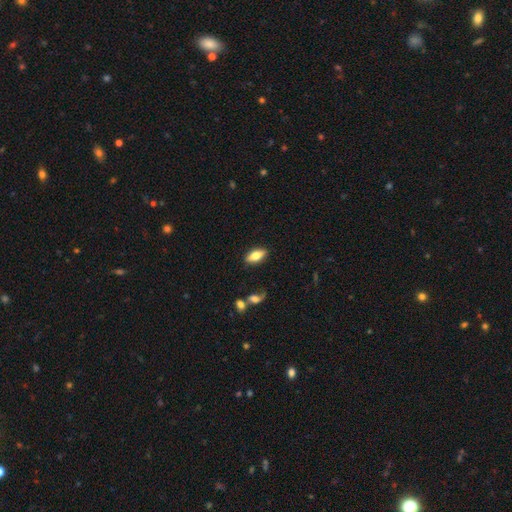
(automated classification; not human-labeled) Overall: smooth (68%). How rounded: in between (79%). Merging: none (86%).